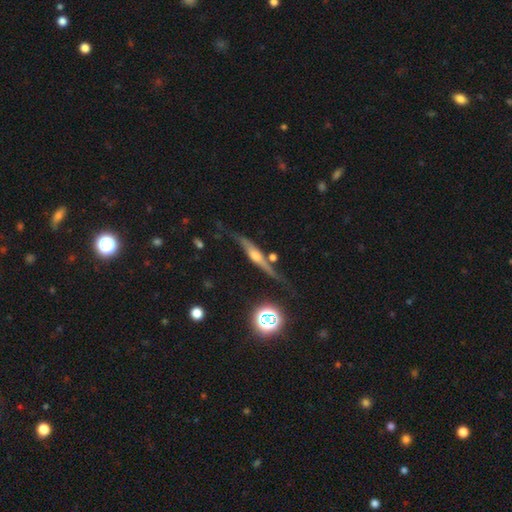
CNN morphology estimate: Smooth or featured?
  - featured or disk: 76% *
  - smooth: 15%
  - star or artifact: 9%
Edge-on disk?
  - yes: 86% *
  - no: 14%
Edge-on bulge?
  - rounded: 86% *
  - boxy: 8%
  - none: 6%
Merging?
  - none: 67% *
  - minor disturbance: 20%
  - major disturbance: 7%
  - merger: 6%